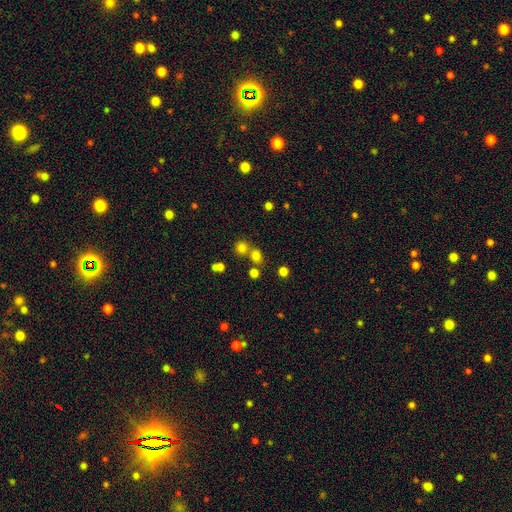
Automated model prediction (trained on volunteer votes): This appears to be a smooth galaxy with no disk features (72%) that is round (81%). Merging: none (63%).